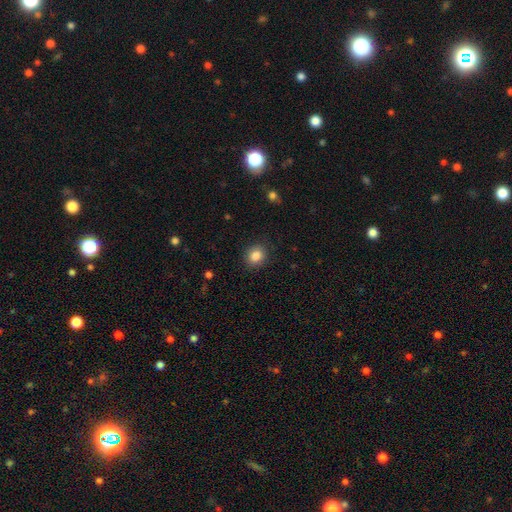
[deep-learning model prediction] Smooth or featured? smooth (85%)
How rounded? round (72%)
Merging? none (88%)